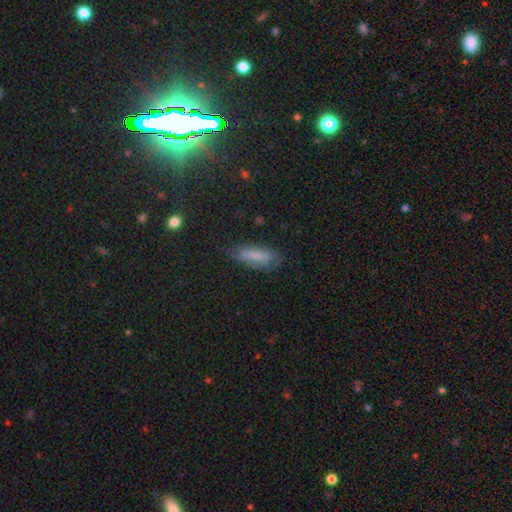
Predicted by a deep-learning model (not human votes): Q: Smooth or featured?
A: smooth (72%); runner-up: featured or disk (17%)
Q: How rounded?
A: cigar-shaped (52%); runner-up: in between (45%)
Q: Merging?
A: none (69%); runner-up: minor disturbance (23%)